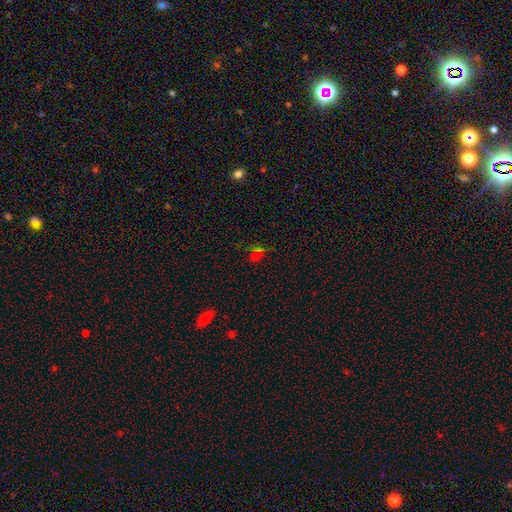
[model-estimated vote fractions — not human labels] Q: Smooth or featured?
A: star or artifact (57%); runner-up: smooth (35%)